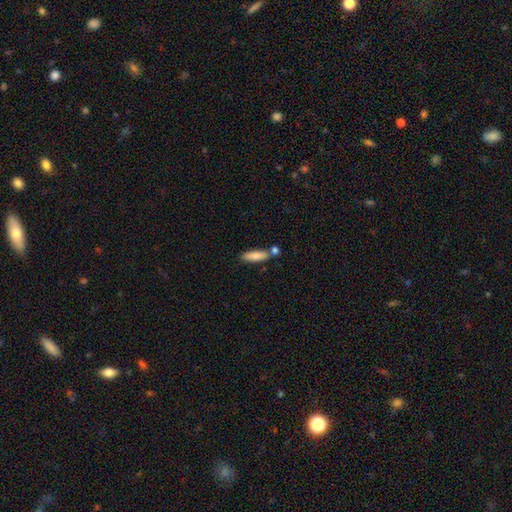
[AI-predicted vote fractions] smooth_or_featured: smooth (p=0.78) [alt: featured or disk p=0.16]
how_rounded: cigar-shaped (p=0.56) [alt: in between p=0.42]
merging: none (p=0.68) [alt: merger p=0.17]